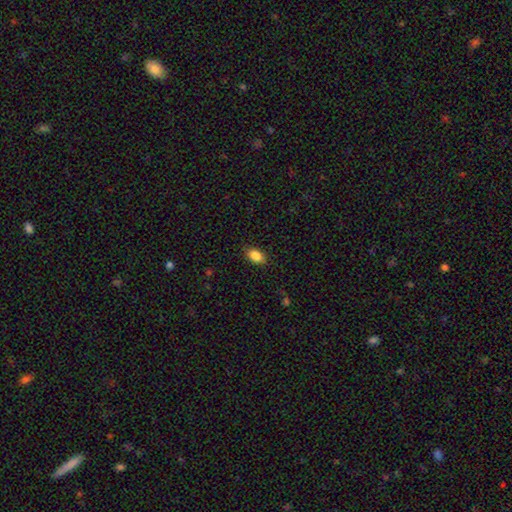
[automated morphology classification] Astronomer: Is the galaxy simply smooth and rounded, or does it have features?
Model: smooth — 87%.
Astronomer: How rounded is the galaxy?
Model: in between — 89%.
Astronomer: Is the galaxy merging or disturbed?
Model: none — 87%.